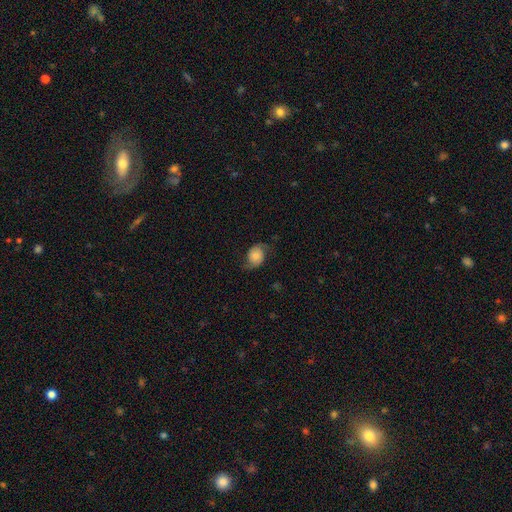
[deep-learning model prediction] A featured or disk galaxy (55%) with no bar (75%), spiral arms (91%) and a moderate central bulge (36%). Merging: none (69%).